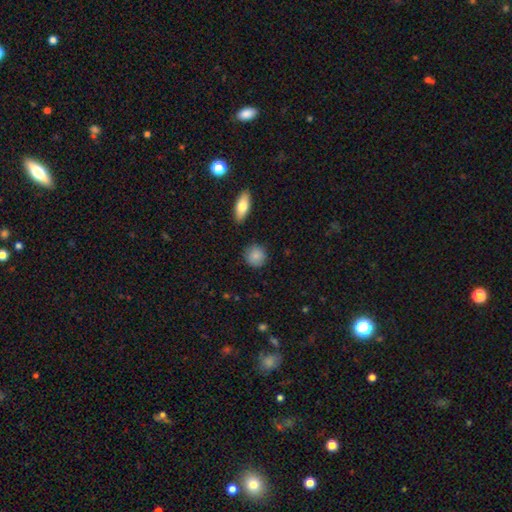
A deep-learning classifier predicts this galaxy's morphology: smooth_or_featured: smooth (p=0.86) [alt: star or artifact p=0.07]
how_rounded: round (p=0.89) [alt: in between p=0.09]
merging: none (p=0.87) [alt: minor disturbance p=0.09]